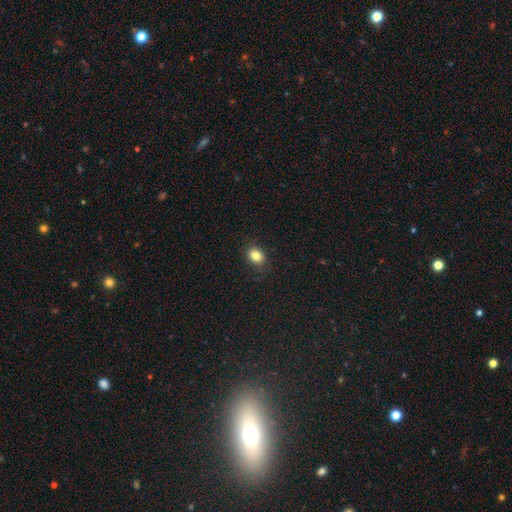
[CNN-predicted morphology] Smooth or featured? Predicted: smooth (p=0.84). How rounded? Predicted: in between (p=0.61). Merging? Predicted: none (p=0.87).